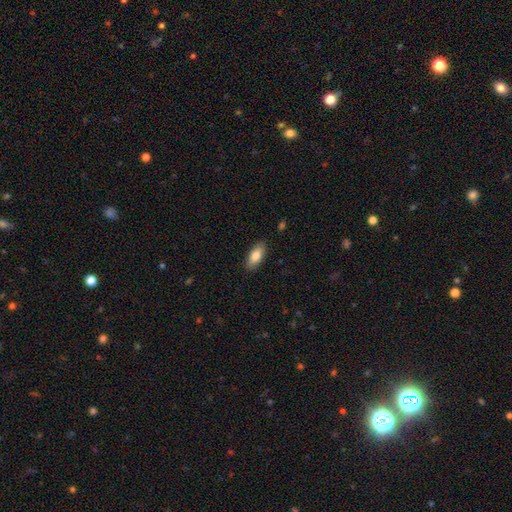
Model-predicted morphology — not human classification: Smooth or featured? Predicted: smooth (p=0.80). How rounded? Predicted: in between (p=0.82). Merging? Predicted: none (p=0.89).